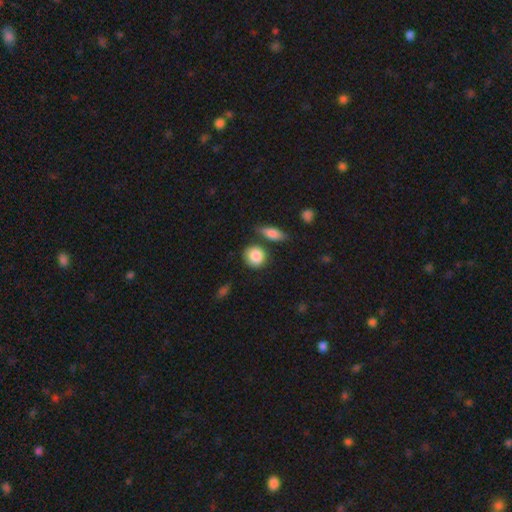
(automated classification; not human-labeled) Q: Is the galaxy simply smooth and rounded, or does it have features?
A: smooth — 87%.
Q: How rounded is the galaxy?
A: round — 80%.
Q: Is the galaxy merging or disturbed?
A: none — 73%.